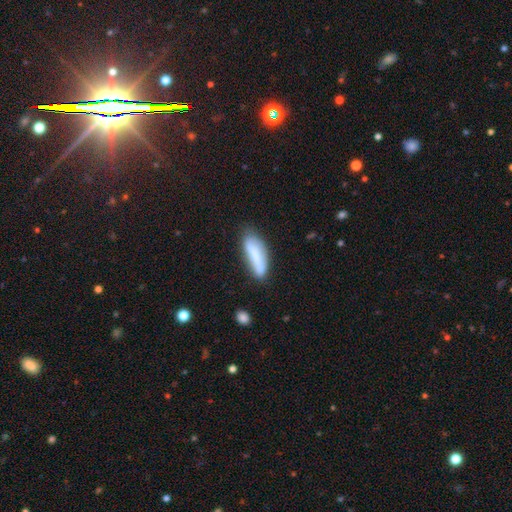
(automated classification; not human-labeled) Smooth or featured? Predicted: smooth (p=0.67). How rounded? Predicted: in between (p=0.50). Merging? Predicted: none (p=0.64).